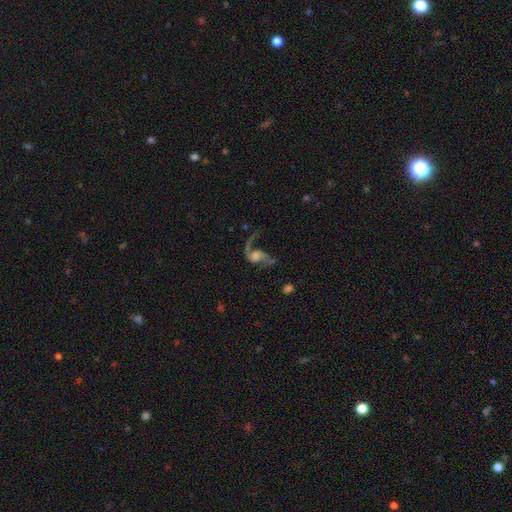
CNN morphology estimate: The model was most divided on "bulge size": moderate: 27%, large: 24%, none: 23%, small: 19%, dominant: 6%. Remaining: edge-on disk — no (97%); spiral arms — yes (90%); spiral winding — loose (79%); smooth or featured — featured or disk (76%); spiral arm count — 2 (75%); bar — no (62%); merging — none (42%).